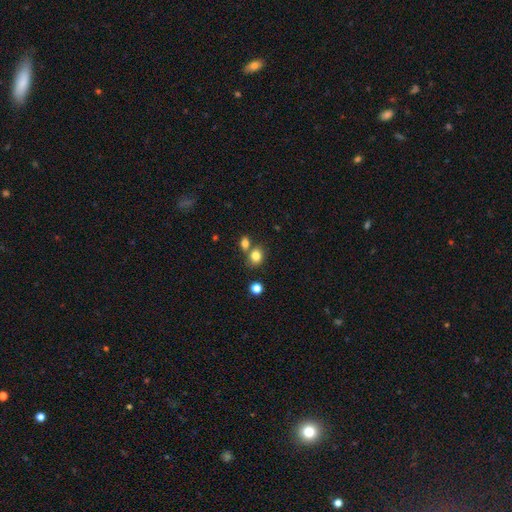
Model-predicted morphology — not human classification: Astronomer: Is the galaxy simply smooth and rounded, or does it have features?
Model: smooth — 81%.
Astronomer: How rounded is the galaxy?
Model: round — 60% (runner-up: in between, 39%).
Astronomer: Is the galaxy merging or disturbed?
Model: none — 59%.